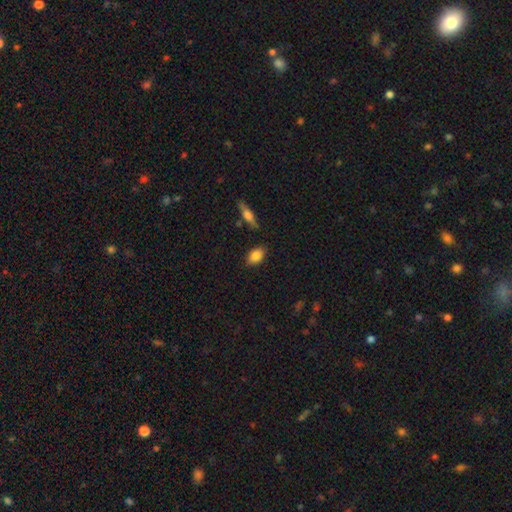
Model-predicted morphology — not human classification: Smooth or featured?
  - smooth: 85% *
  - featured or disk: 8%
  - star or artifact: 7%
How rounded?
  - in between: 84% *
  - round: 12%
  - cigar-shaped: 3%
Merging?
  - none: 83% *
  - minor disturbance: 12%
  - major disturbance: 3%
  - merger: 3%